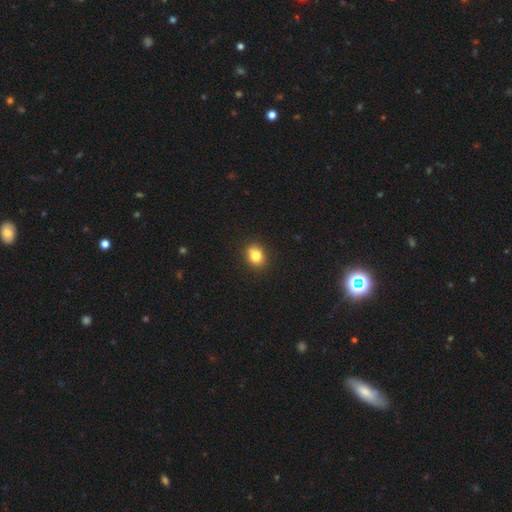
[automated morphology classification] Smooth or featured?
  - smooth: 83% *
  - star or artifact: 10%
  - featured or disk: 7%
How rounded?
  - in between: 50% *
  - round: 49%
  - cigar-shaped: 1%
Merging?
  - none: 89% *
  - minor disturbance: 8%
  - major disturbance: 2%
  - merger: 1%